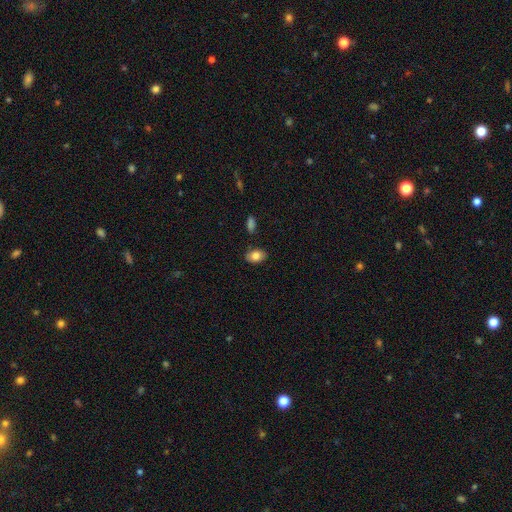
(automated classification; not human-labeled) Q: Smooth or featured?
A: smooth (81%); runner-up: featured or disk (11%)
Q: How rounded?
A: in between (86%); runner-up: round (13%)
Q: Merging?
A: none (82%); runner-up: minor disturbance (13%)